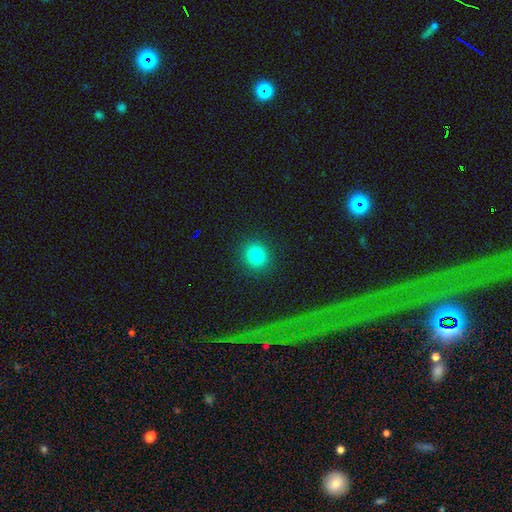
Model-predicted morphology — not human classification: type=smooth (84%); roundness=round (84%); merging=none (90%).